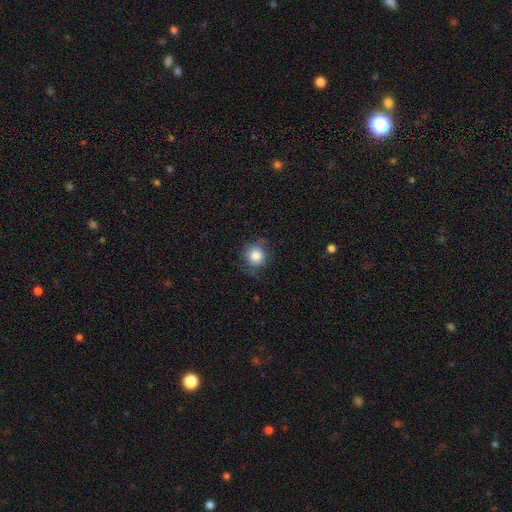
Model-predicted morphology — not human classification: Smooth or featured: smooth — 82% (featured or disk — 10%)
How rounded: round — 89% (in between — 10%)
Merging: none — 71% (minor disturbance — 21%)